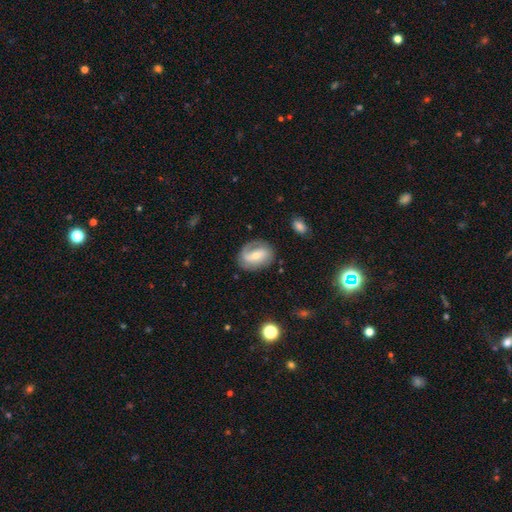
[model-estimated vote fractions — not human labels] Smooth or featured: featured or disk — 71% (smooth — 23%)
Edge-on disk: no — 96% (yes — 4%)
Bar: weak — 42% (no — 34%)
Spiral arms: yes — 89% (no — 11%)
Spiral winding: medium — 40% (loose — 31%)
Spiral arm count: 2 — 57% (1 — 30%)
Bulge size: small — 50% (moderate — 45%)
Merging: none — 72% (minor disturbance — 18%)